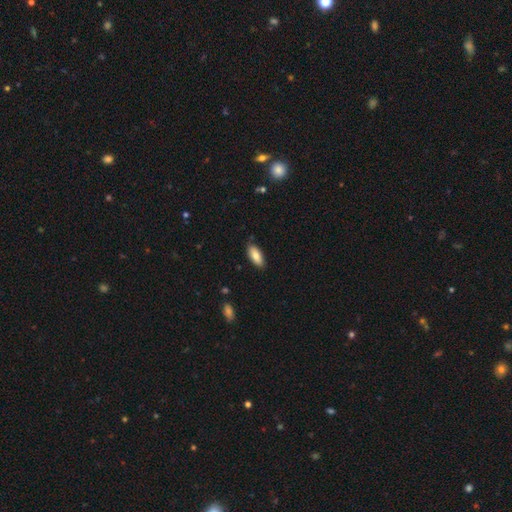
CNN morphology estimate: A smooth galaxy with no disk features (84%) that is in between round and cigar-shaped (85%).

Vote fractions:
- Smooth or featured? smooth: 84% / featured or disk: 10% / star or artifact: 6%
- How rounded? in between: 85% / cigar-shaped: 14% / round: 2%
- Merging? none: 86% / minor disturbance: 11% / major disturbance: 2% / merger: 1%